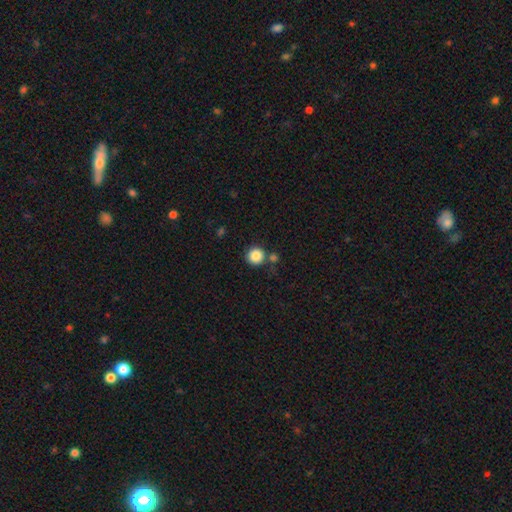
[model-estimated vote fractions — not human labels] smooth 86%, star or artifact 10%, featured or disk 4%. Down the decision tree: how rounded — round (94%); merging — none (76%).